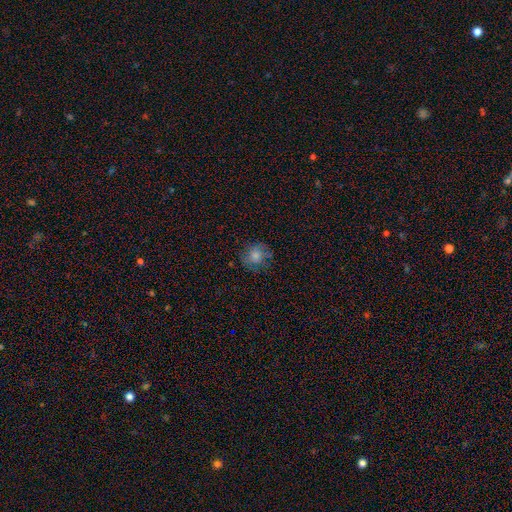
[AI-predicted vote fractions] Smooth or featured: smooth — 72% (featured or disk — 17%)
How rounded: round — 79% (in between — 20%)
Merging: none — 73% (minor disturbance — 18%)